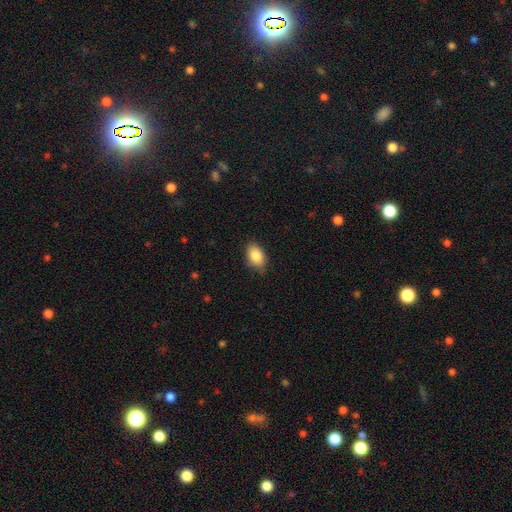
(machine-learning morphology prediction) A smooth galaxy with no disk features (86%) that is in between round and cigar-shaped (87%). Merging: none (81%).